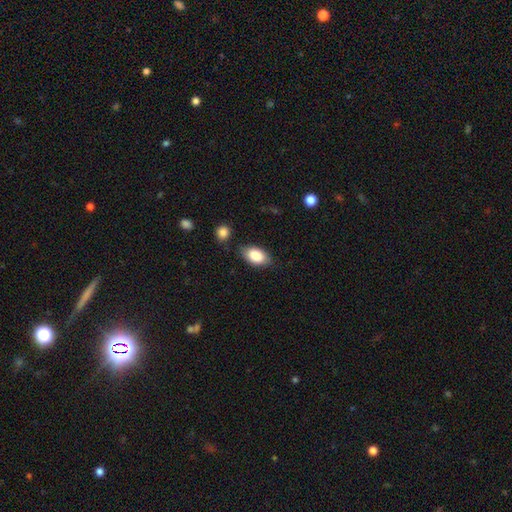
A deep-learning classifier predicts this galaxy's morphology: A smooth galaxy with no disk features (86%) that is in between round and cigar-shaped (92%). Merging: none (78%).